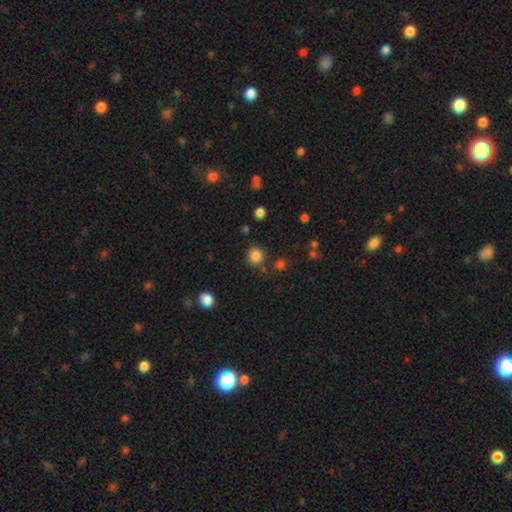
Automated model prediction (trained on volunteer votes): smooth-or-featured: smooth: 84% | star or artifact: 12% | featured or disk: 4%
  how-rounded: round: 89% | in between: 10% | cigar-shaped: 1%
  merging: none: 82% | minor disturbance: 10% | merger: 5% | major disturbance: 3%